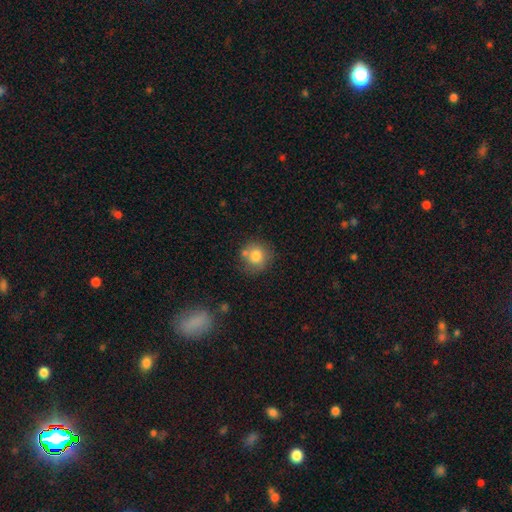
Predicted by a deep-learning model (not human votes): smooth-or-featured: smooth: 79% | featured or disk: 12% | star or artifact: 9%
  how-rounded: round: 88% | in between: 11% | cigar-shaped: 1%
  merging: none: 64% | minor disturbance: 17% | merger: 14% | major disturbance: 5%